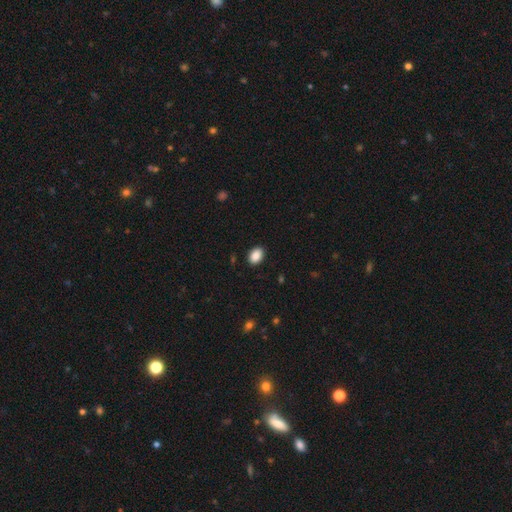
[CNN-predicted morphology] Smooth or featured? Predicted: smooth (p=0.89). How rounded? Predicted: in between (p=0.79). Merging? Predicted: none (p=0.89).